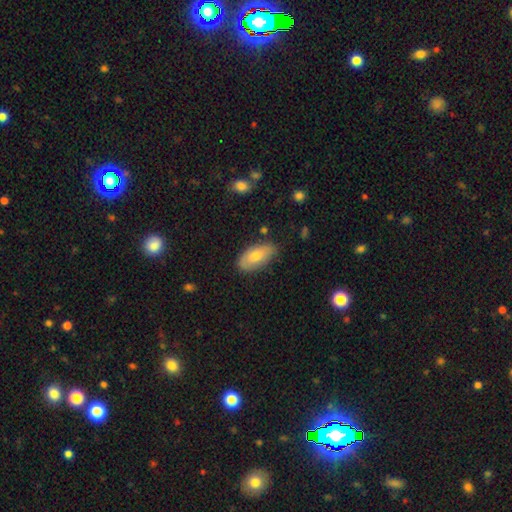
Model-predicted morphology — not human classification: smooth-or-featured: smooth: 71% | featured or disk: 22% | star or artifact: 7%
  how-rounded: in between: 91% | cigar-shaped: 6% | round: 3%
  merging: none: 79% | minor disturbance: 16% | major disturbance: 3% | merger: 2%